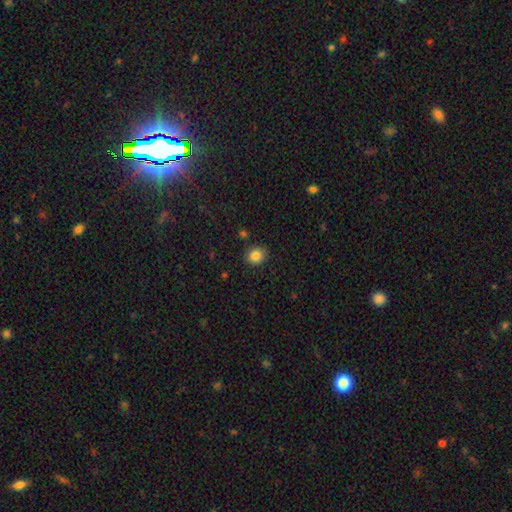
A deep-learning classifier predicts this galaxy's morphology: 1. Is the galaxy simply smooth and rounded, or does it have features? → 85% smooth, 10% star or artifact, 5% featured or disk.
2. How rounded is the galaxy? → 72% round, 27% in between, 1% cigar-shaped.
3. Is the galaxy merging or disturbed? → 88% none, 8% minor disturbance, 2% major disturbance, 2% merger.